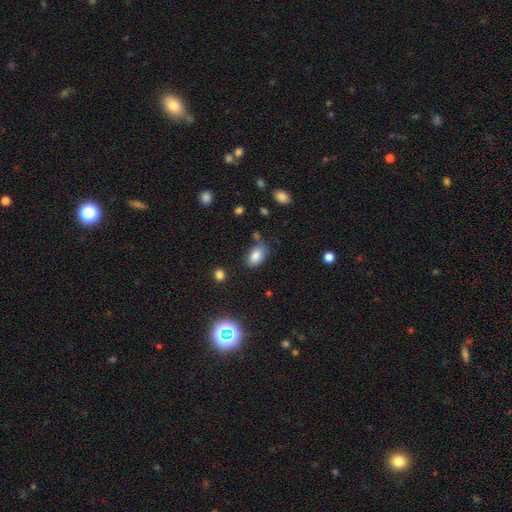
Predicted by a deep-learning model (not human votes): smooth_or_featured: smooth (p=0.83) [alt: star or artifact p=0.10]
how_rounded: in between (p=0.91) [alt: round p=0.07]
merging: none (p=0.72) [alt: minor disturbance p=0.18]